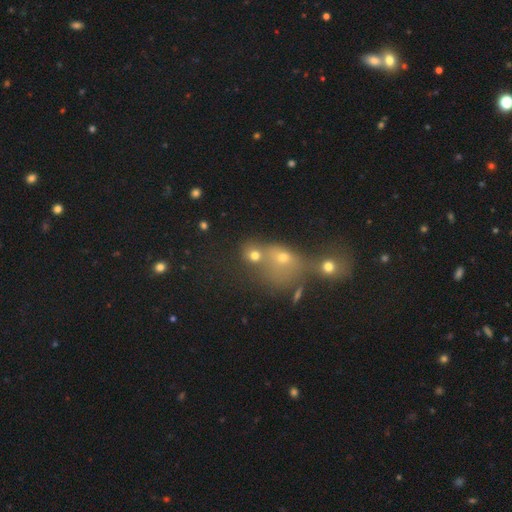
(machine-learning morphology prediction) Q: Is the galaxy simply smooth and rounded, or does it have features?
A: smooth — 57%.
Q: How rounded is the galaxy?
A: round — 61%.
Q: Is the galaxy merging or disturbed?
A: merger — 58%.